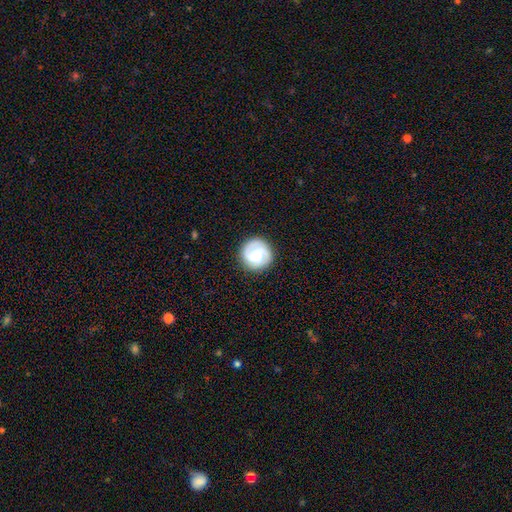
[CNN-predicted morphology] Overall: featured or disk (62%; smooth 32%). Edge-on disk: no (98%). Bar: no (47%; weak 43%). Spiral arms: yes (92%). Spiral arm count: 2 (55%; 3 20%). Spiral winding: medium (43%; tight 40%). Bulge size: small (48%; moderate 41%). Merging: none (86%).